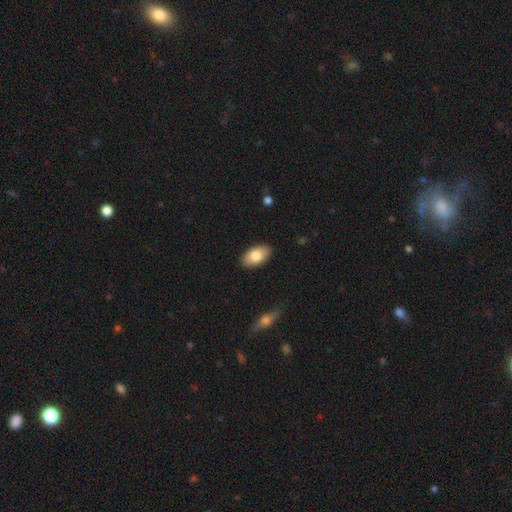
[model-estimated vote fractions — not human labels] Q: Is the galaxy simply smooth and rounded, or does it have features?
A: smooth — 80%.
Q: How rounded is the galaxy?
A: in between — 94%.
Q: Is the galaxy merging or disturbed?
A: none — 89%.